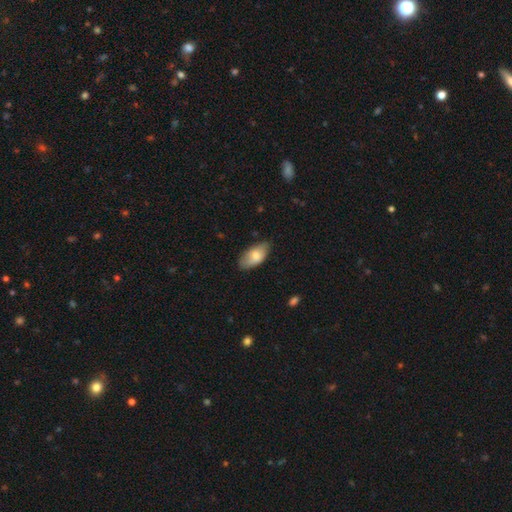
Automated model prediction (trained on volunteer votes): This appears to be a smooth galaxy with no disk features (74%) that is in between round and cigar-shaped (93%). Merging: none (73%).